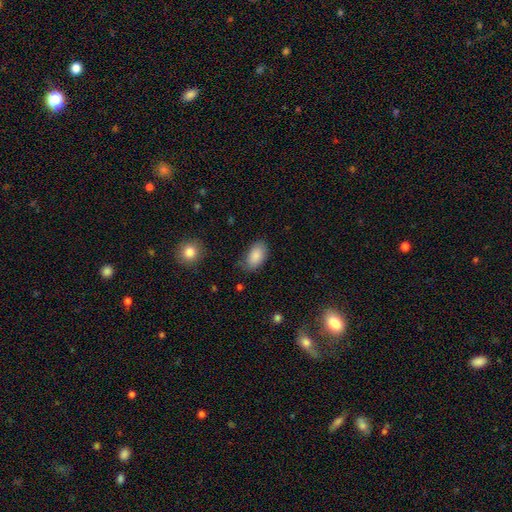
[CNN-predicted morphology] Q: Smooth or featured?
A: smooth (87%); runner-up: star or artifact (7%)
Q: How rounded?
A: in between (93%); runner-up: round (5%)
Q: Merging?
A: none (72%); runner-up: minor disturbance (22%)